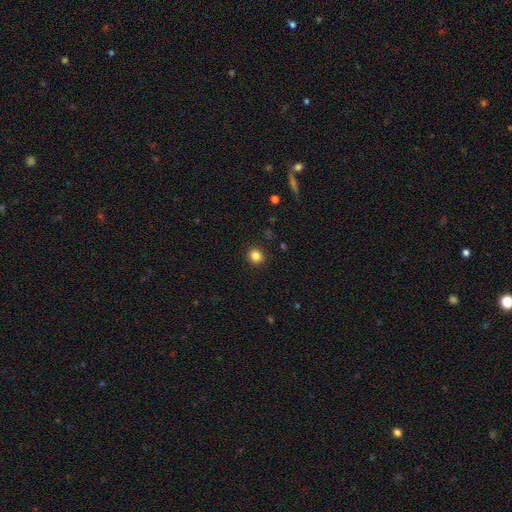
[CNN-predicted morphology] Smooth or featured: smooth — 84% (star or artifact — 11%)
How rounded: round — 85% (in between — 14%)
Merging: none — 92% (minor disturbance — 5%)